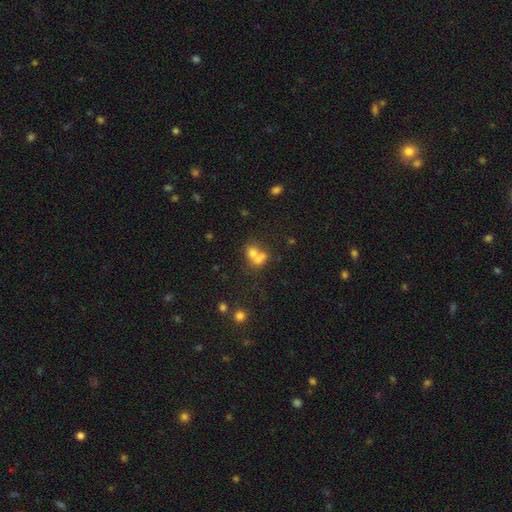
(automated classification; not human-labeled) Smooth or featured?
  - smooth: 65% *
  - featured or disk: 19%
  - star or artifact: 16%
How rounded?
  - round: 53% *
  - in between: 45%
  - cigar-shaped: 2%
Merging?
  - merger: 63% *
  - none: 26%
  - minor disturbance: 7%
  - major disturbance: 5%